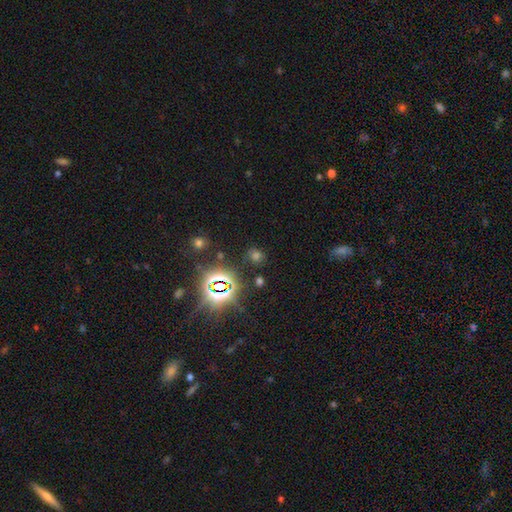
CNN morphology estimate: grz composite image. It shows a star or artifact, not a galaxy (48%).